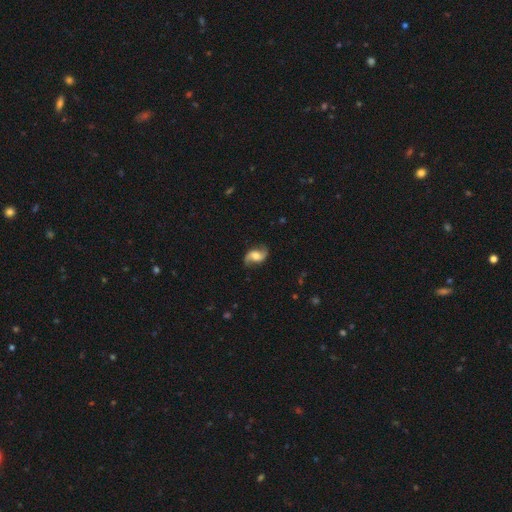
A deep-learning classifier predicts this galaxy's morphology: This appears to be a featured or disk galaxy (78%) with no bar (51%), 2 (93%) loose (67%) spiral arms (95%) and a moderate central bulge (48%). Merging: none (77%).